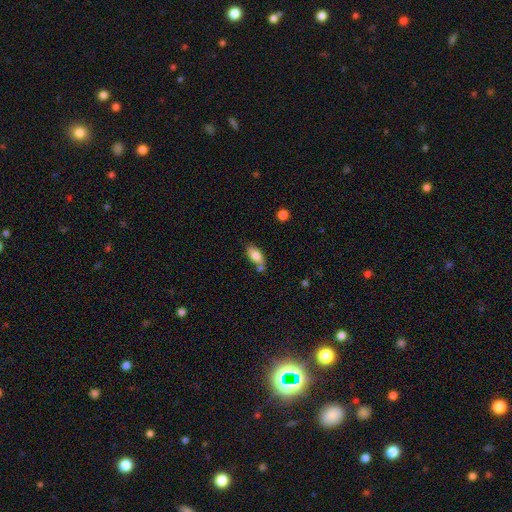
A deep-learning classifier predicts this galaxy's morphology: smooth-or-featured: smooth: 78% | featured or disk: 15% | star or artifact: 7%
  how-rounded: in between: 87% | cigar-shaped: 10% | round: 3%
  merging: none: 58% | minor disturbance: 19% | merger: 18% | major disturbance: 5%